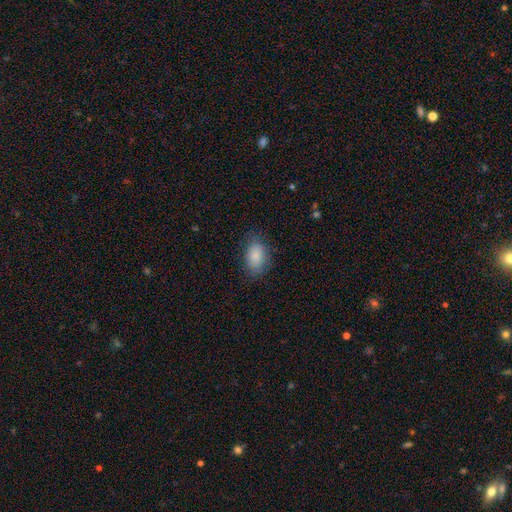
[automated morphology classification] Smooth or featured? Predicted: smooth (p=0.86). How rounded? Predicted: in between (p=0.88). Merging? Predicted: none (p=0.79).